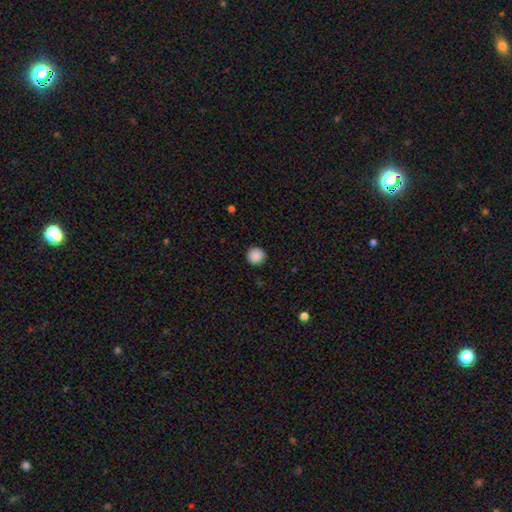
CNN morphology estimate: Smooth or featured? smooth (89%)
How rounded? round (95%)
Merging? none (91%)